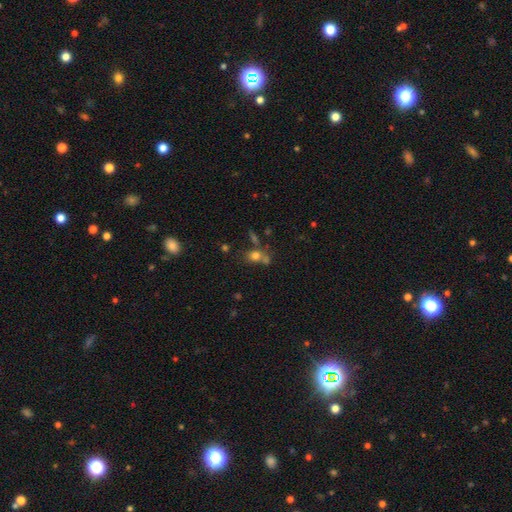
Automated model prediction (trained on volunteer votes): smooth-or-featured: smooth: 71% | star or artifact: 17% | featured or disk: 13%
  how-rounded: round: 58% | in between: 40% | cigar-shaped: 2%
  merging: none: 45% | merger: 34% | minor disturbance: 13% | major disturbance: 8%